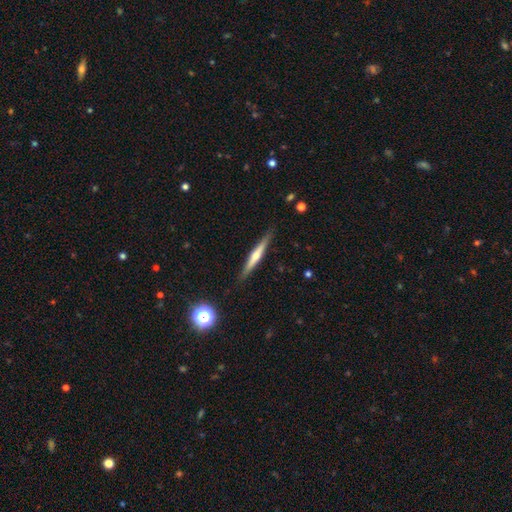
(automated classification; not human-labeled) A featured or disk galaxy (61%) viewed edge-on (97%) with a rounded central bulge (79%). Merging: none (88%).